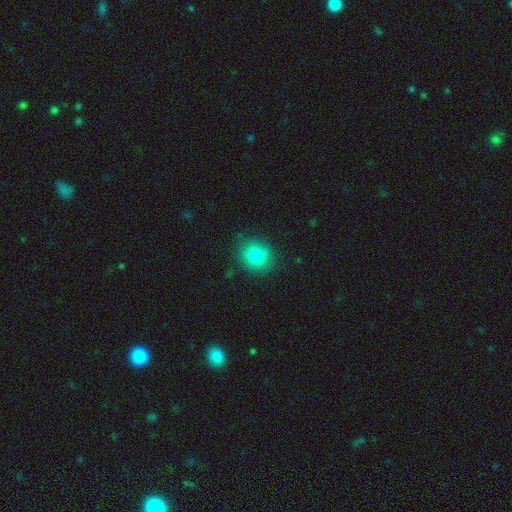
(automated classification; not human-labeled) This appears to be a smooth galaxy with no disk features (83%) that is round (80%). Merging: none (84%).